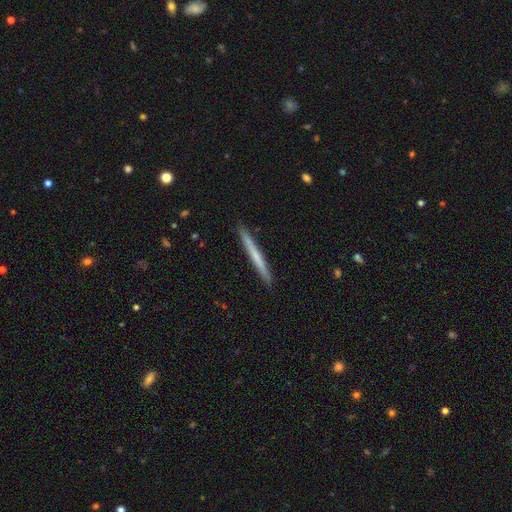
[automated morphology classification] Overall: smooth (57%; featured or disk 37%). How rounded: cigar-shaped (97%). Merging: none (92%).